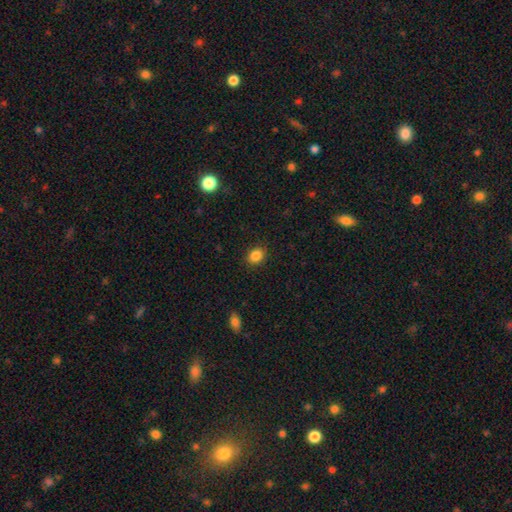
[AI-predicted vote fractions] smooth 86%, star or artifact 10%, featured or disk 4%. Down the decision tree: how rounded — round (56%); merging — none (88%).